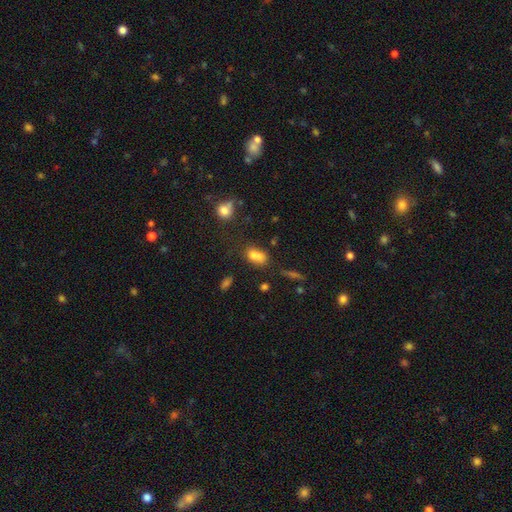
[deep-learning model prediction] smooth 75%, star or artifact 14%, featured or disk 11%. Down the decision tree: how rounded — in between (79%); merging — none (45%).